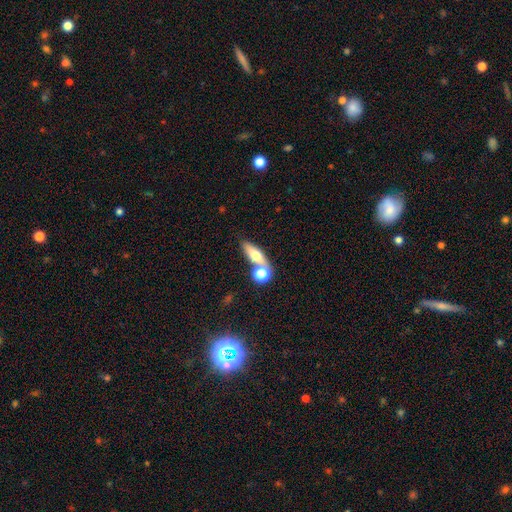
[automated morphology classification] A smooth galaxy with no disk features (63%) that is in between round and cigar-shaped (52%).

Vote fractions:
- Smooth or featured? smooth: 63% / featured or disk: 28% / star or artifact: 9%
- How rounded? in between: 52% / cigar-shaped: 32% / round: 15%
- Merging? none: 50% / merger: 34% / minor disturbance: 11% / major disturbance: 5%